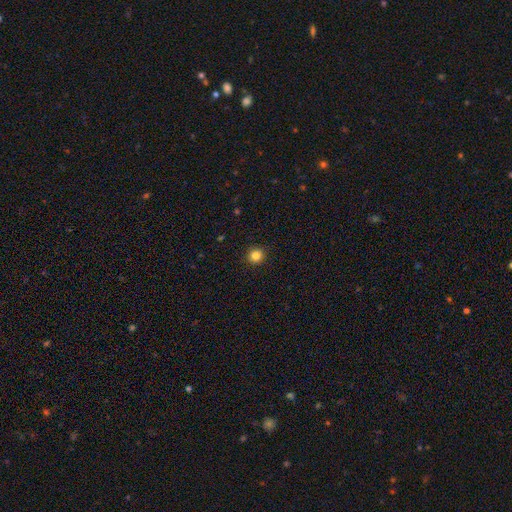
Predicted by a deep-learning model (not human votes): Smooth or featured: smooth — 84% (star or artifact — 12%)
How rounded: round — 93% (in between — 6%)
Merging: none — 92% (minor disturbance — 5%)